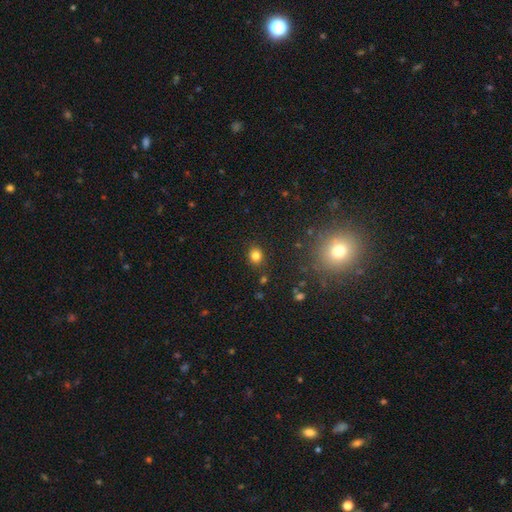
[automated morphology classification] A smooth galaxy with no disk features (81%) that is round (71%). Merging: none (87%).